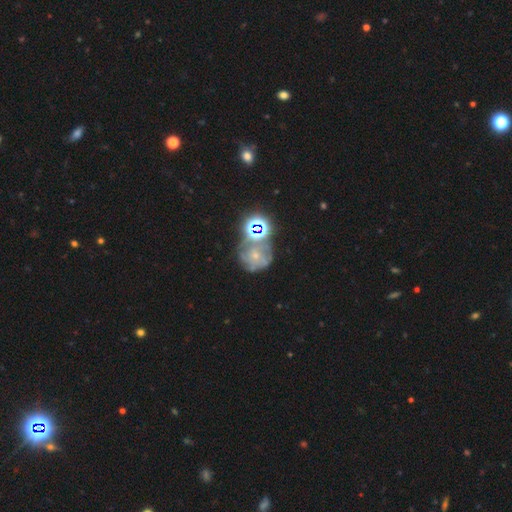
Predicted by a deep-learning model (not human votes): featured or disk 47%, star or artifact 29%, smooth 24%. Down the decision tree: merging — none (45%).